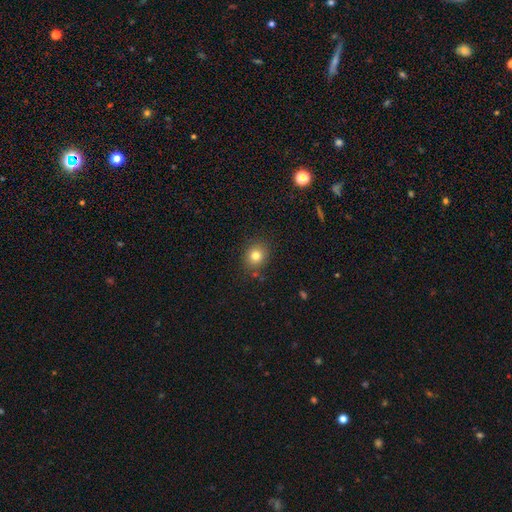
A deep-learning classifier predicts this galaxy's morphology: smooth 80%, star or artifact 13%, featured or disk 7%. Down the decision tree: how rounded — round (78%); merging — none (84%).